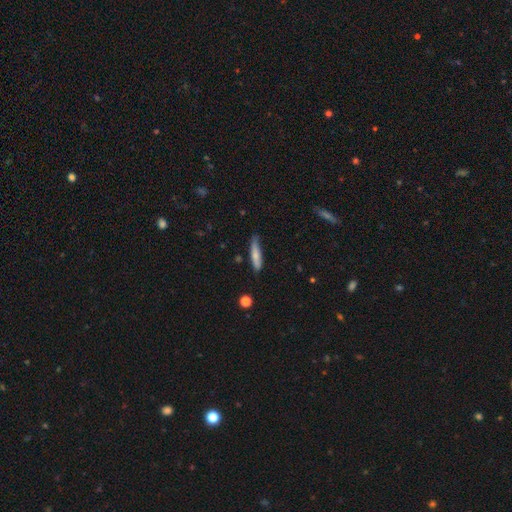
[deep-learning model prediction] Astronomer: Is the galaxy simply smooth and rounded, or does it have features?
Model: smooth — 72%.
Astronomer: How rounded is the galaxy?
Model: cigar-shaped — 81%.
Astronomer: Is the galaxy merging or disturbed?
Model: none — 74%.